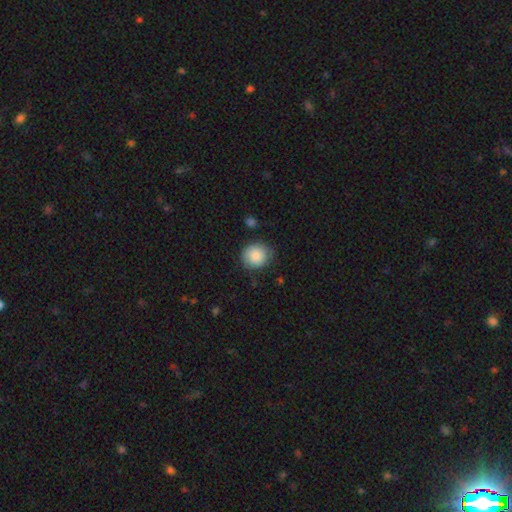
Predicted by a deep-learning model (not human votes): A smooth galaxy with no disk features (85%) that is round (86%). Merging: none (76%).